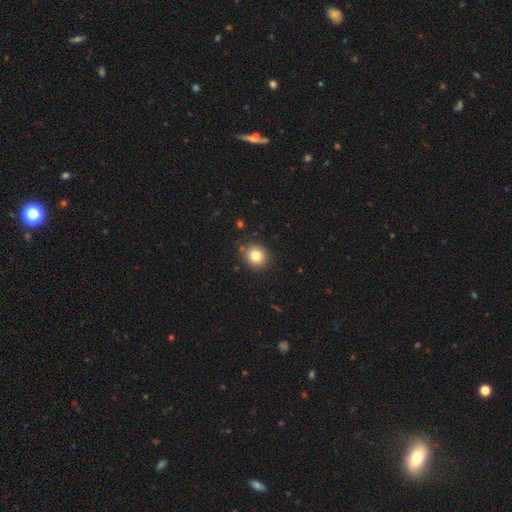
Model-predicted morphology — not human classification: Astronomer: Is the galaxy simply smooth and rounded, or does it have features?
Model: smooth — 81%.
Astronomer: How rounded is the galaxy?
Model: round — 86%.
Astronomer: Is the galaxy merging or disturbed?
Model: none — 87%.